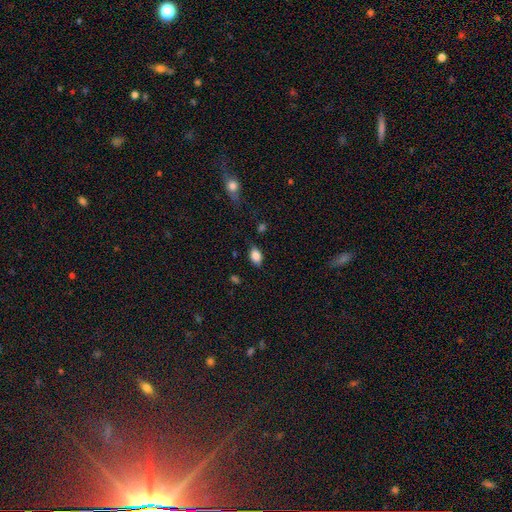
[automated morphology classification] This appears to be a smooth galaxy with no disk features (84%) that is in between round and cigar-shaped (86%). Merging: none (78%).